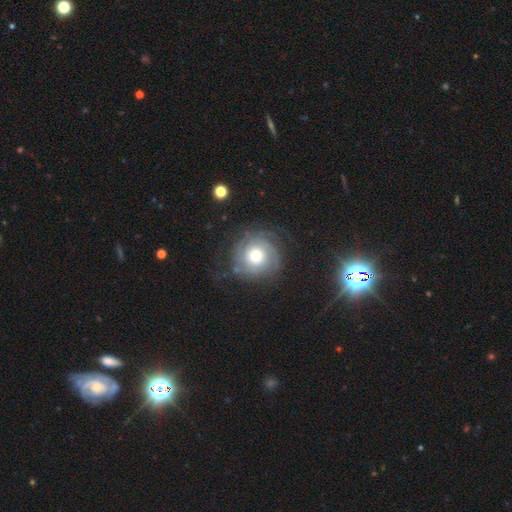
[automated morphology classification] Smooth or featured? featured or disk (72%)
Edge-on disk? no (97%)
Bar? no (82%)
Spiral arms? yes (90%)
Spiral winding? tight (66%)
Spiral arm count? can't tell (35%)
Bulge size? moderate (61%)
Merging? none (69%)